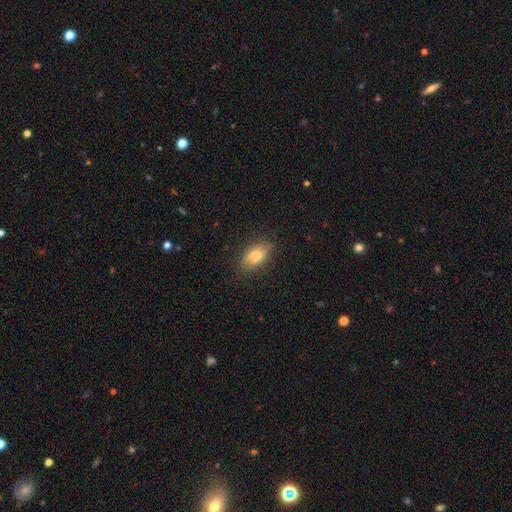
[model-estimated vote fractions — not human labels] This appears to be a smooth galaxy with no disk features (69%) that is in between round and cigar-shaped (80%). Merging: none (79%).